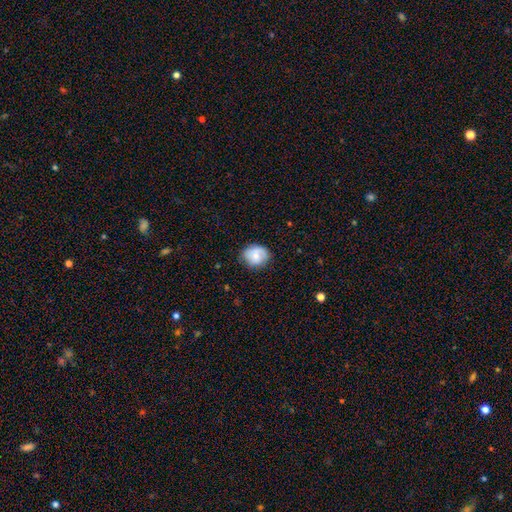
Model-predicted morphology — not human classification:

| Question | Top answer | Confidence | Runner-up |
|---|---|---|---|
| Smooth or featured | smooth | 63% | featured or disk (29%) |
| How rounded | round | 64% | in between (35%) |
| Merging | none | 74% | minor disturbance (20%) |